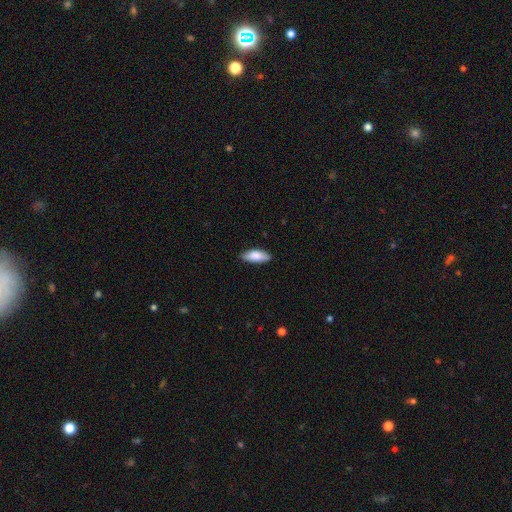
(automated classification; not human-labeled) Smooth or featured?
  - smooth: 84% *
  - featured or disk: 11%
  - star or artifact: 6%
How rounded?
  - in between: 76% *
  - cigar-shaped: 22%
  - round: 2%
Merging?
  - none: 84% *
  - minor disturbance: 13%
  - major disturbance: 2%
  - merger: 1%